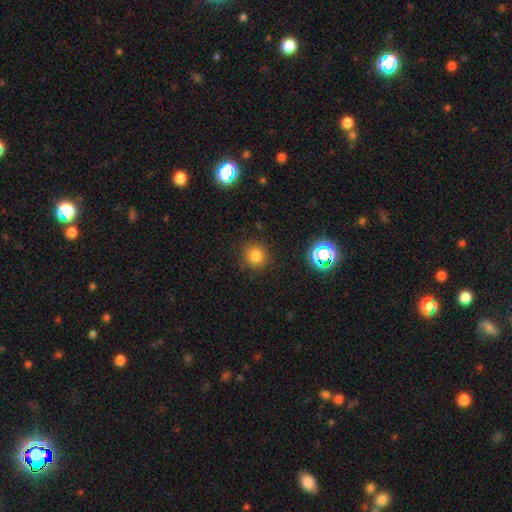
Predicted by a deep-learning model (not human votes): smooth 78%, star or artifact 16%, featured or disk 5%. Down the decision tree: how rounded — round (92%); merging — none (88%).